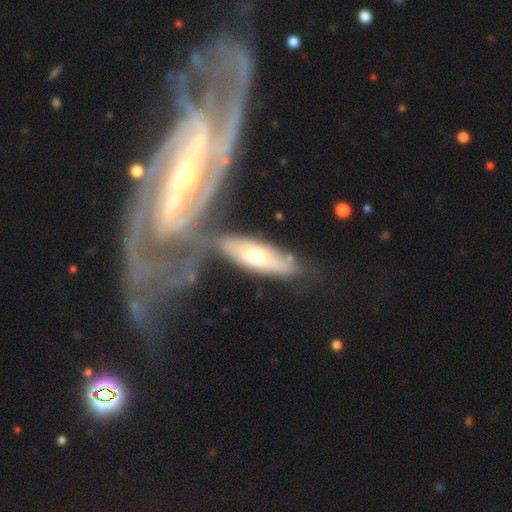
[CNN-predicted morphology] The model was most divided on "edge-on disk": no: 52%, yes: 48%. Remaining: smooth or featured — featured or disk (55%); merging — none (44%).